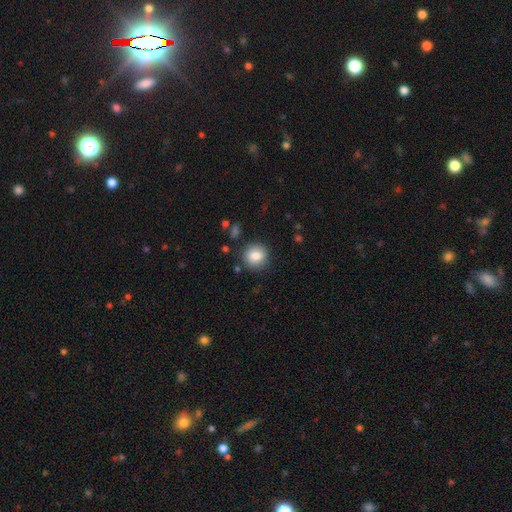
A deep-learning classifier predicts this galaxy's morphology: Smooth or featured? Predicted: smooth (p=0.84). How rounded? Predicted: round (p=0.88). Merging? Predicted: none (p=0.86).